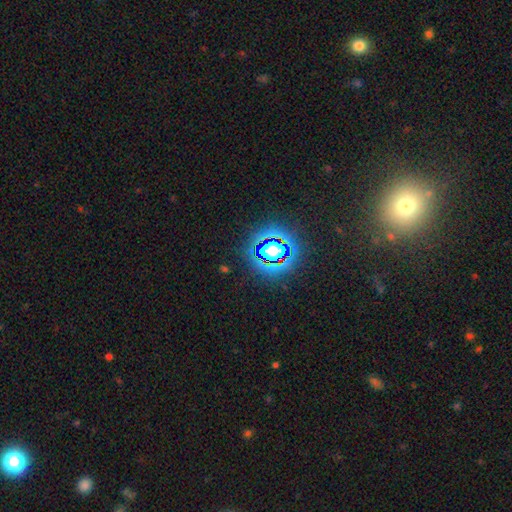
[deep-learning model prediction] Overall: star or artifact (78%).